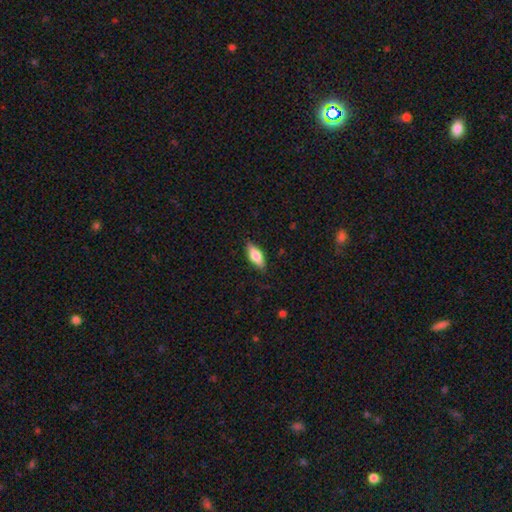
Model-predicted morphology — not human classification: A smooth galaxy with no disk features (72%) that is in between round and cigar-shaped (75%).

Vote fractions:
- Smooth or featured? smooth: 72% / featured or disk: 22% / star or artifact: 6%
- How rounded? in between: 75% / cigar-shaped: 22% / round: 3%
- Merging? none: 84% / minor disturbance: 13% / major disturbance: 3% / merger: 1%